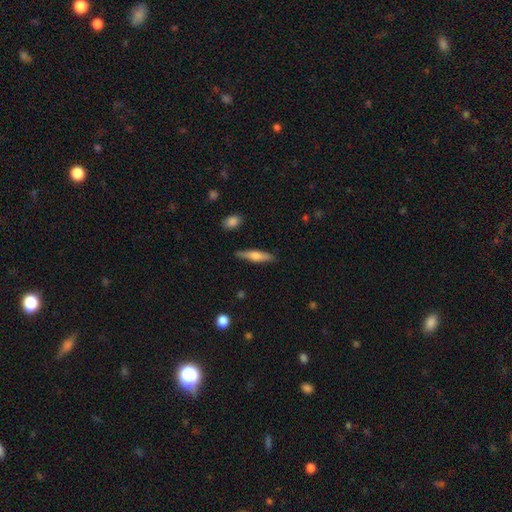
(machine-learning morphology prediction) This is possibly a smooth galaxy (55%). How rounded: likely cigar-shaped (79%). Merging: clearly none (86%).